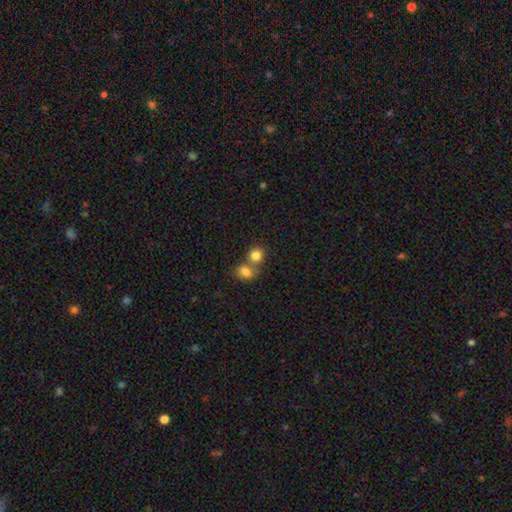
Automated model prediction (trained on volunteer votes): Smooth or featured?
  - smooth: 82% *
  - star or artifact: 10%
  - featured or disk: 8%
How rounded?
  - round: 77% *
  - in between: 22%
  - cigar-shaped: 1%
Merging?
  - merger: 51% *
  - none: 40%
  - minor disturbance: 6%
  - major disturbance: 2%